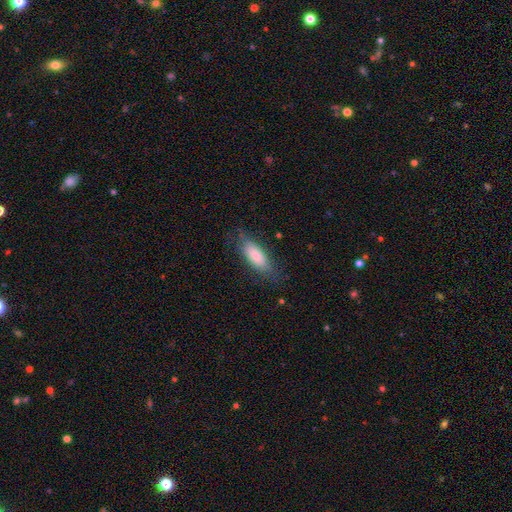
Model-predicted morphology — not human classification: The model was most divided on "how rounded": in between: 74%, cigar-shaped: 24%, round: 2%. More confident: smooth or featured — smooth (80%); merging — none (72%).